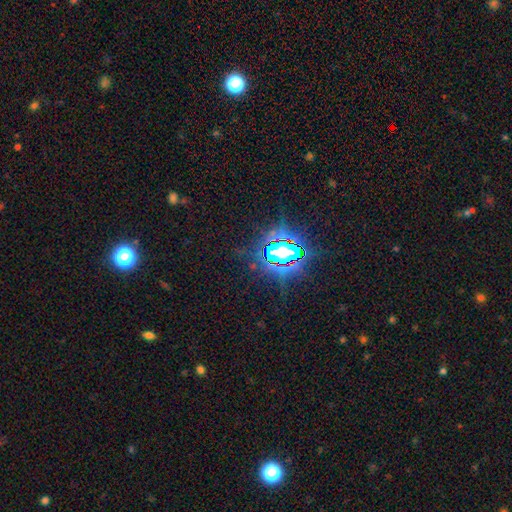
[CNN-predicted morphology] Smooth or featured? star or artifact (80%)